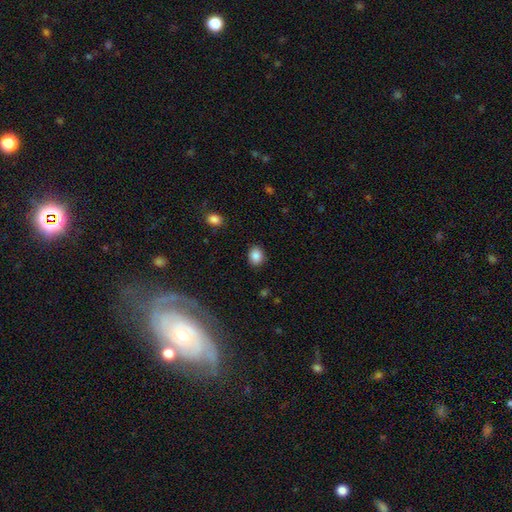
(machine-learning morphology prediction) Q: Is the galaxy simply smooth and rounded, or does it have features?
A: smooth — 87%.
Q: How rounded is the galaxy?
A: round — 52%.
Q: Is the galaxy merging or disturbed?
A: none — 88%.